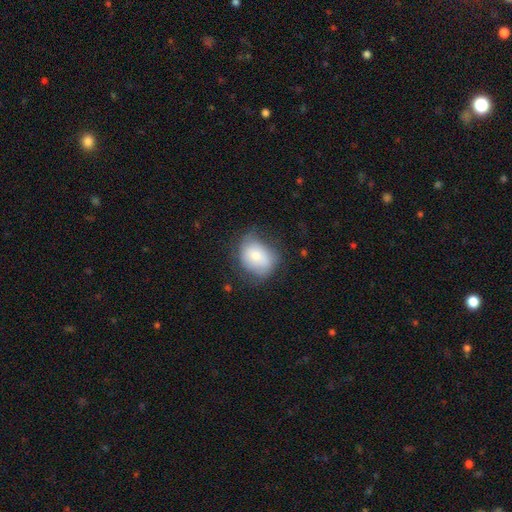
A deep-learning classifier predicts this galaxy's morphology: Smooth or featured? smooth (67%)
How rounded? round (50%)
Merging? none (51%)